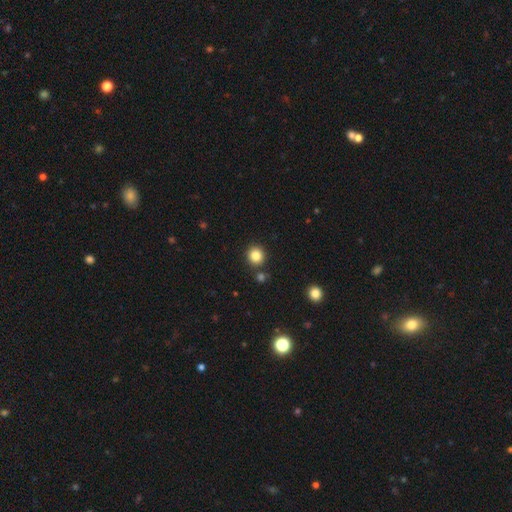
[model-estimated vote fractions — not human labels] This appears to be a smooth galaxy with no disk features (84%) that is round (91%). Merging: none (86%).